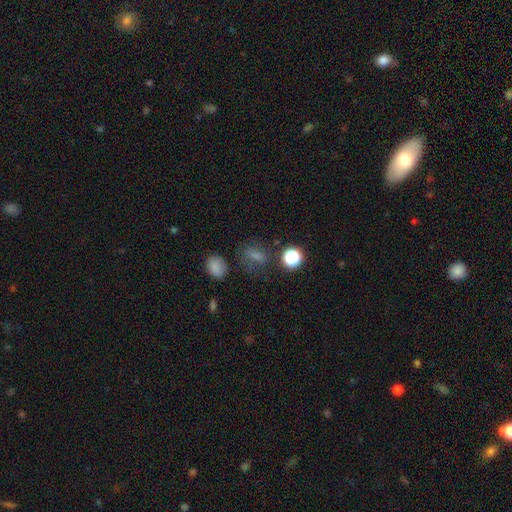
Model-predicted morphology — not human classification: Smooth or featured: smooth — 66% (star or artifact — 24%)
How rounded: in between — 54% (round — 42%)
Merging: none — 64% (minor disturbance — 19%)